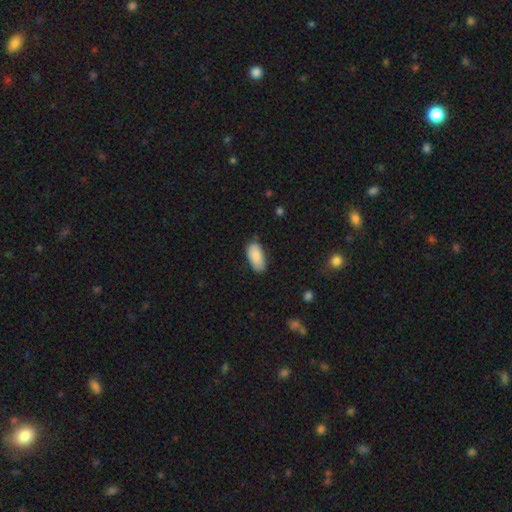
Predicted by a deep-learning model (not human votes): Smooth or featured? Predicted: smooth (p=0.88). How rounded? Predicted: in between (p=0.92). Merging? Predicted: none (p=0.75).